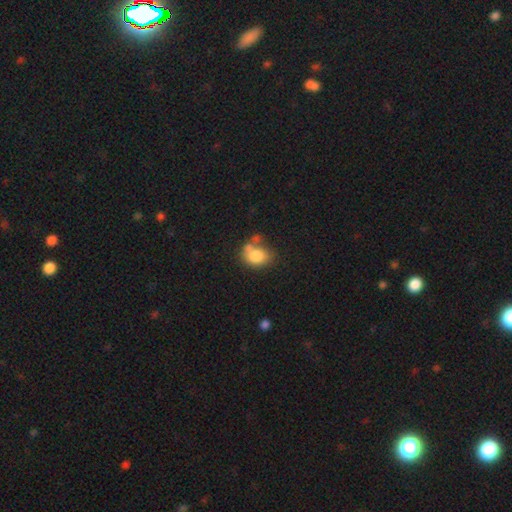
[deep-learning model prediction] A smooth galaxy with no disk features (77%) that is in between round and cigar-shaped (60%).

Vote fractions:
- Smooth or featured? smooth: 77% / featured or disk: 14% / star or artifact: 9%
- How rounded? in between: 60% / round: 39% / cigar-shaped: 1%
- Merging? none: 37% / merger: 30% / minor disturbance: 21% / major disturbance: 12%